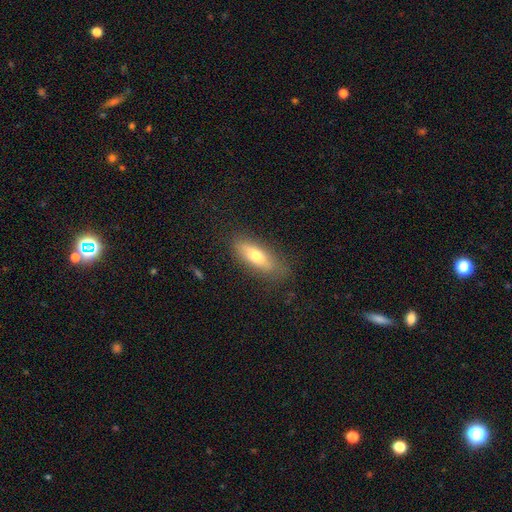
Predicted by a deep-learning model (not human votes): A smooth galaxy with no disk features (67%) that is in between round and cigar-shaped (54%). Merging: none (78%).